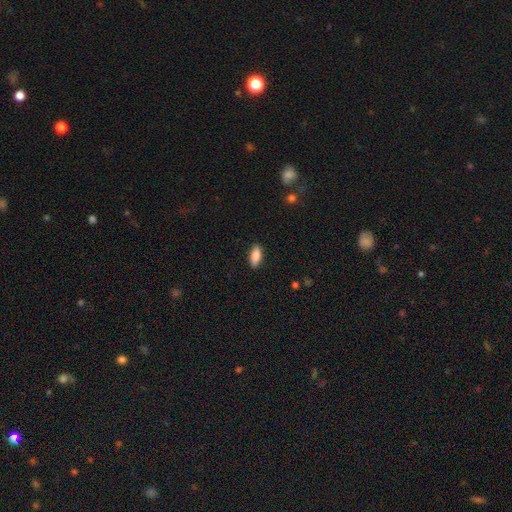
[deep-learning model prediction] Smooth or featured? smooth (84%)
How rounded? in between (77%)
Merging? none (89%)